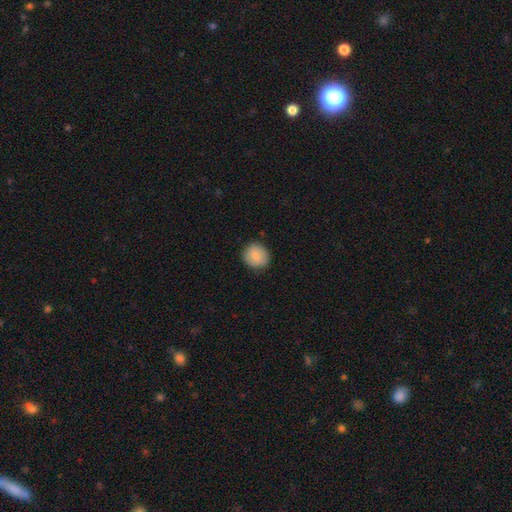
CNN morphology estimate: A smooth galaxy with no disk features (85%) that is round (85%).

Vote fractions:
- Smooth or featured? smooth: 85% / featured or disk: 8% / star or artifact: 7%
- How rounded? round: 85% / in between: 14% / cigar-shaped: 1%
- Merging? none: 86% / minor disturbance: 11% / major disturbance: 2% / merger: 1%